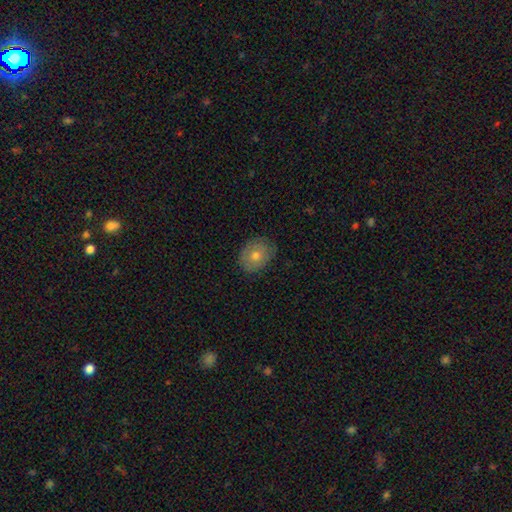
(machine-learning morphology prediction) This is likely a smooth galaxy (66%). How rounded: possibly round (50%). Merging: clearly none (82%).